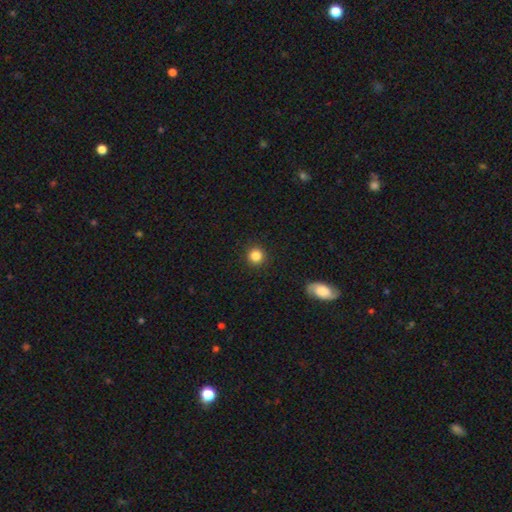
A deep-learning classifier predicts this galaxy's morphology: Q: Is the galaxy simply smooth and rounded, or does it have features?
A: smooth — 84%.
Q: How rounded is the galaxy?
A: round — 94%.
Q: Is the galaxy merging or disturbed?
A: none — 92%.